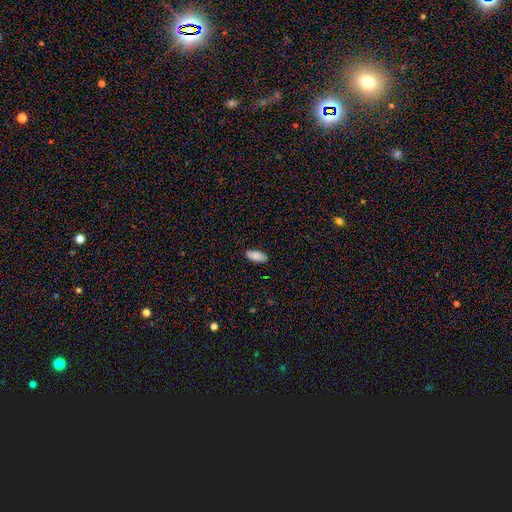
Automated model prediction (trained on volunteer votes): Q: Smooth or featured?
A: smooth (88%); runner-up: star or artifact (6%)
Q: How rounded?
A: in between (86%); runner-up: cigar-shaped (12%)
Q: Merging?
A: none (87%); runner-up: minor disturbance (10%)